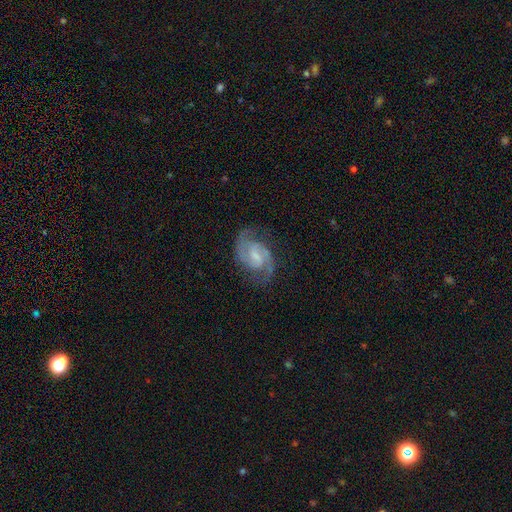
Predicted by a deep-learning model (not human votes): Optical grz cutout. It shows a featured or disk galaxy (90%) with a weak bar (58%), 2 (92%) medium (59%) spiral arms (98%) and a small central bulge (46%). Merging: none (78%).